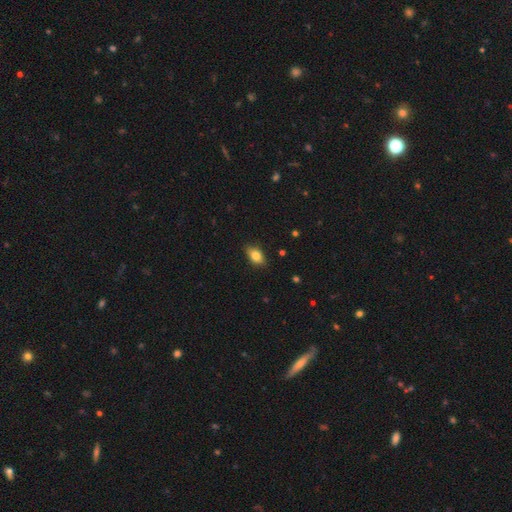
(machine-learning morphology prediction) A smooth galaxy with no disk features (80%) that is in between round and cigar-shaped (85%). Merging: none (82%).